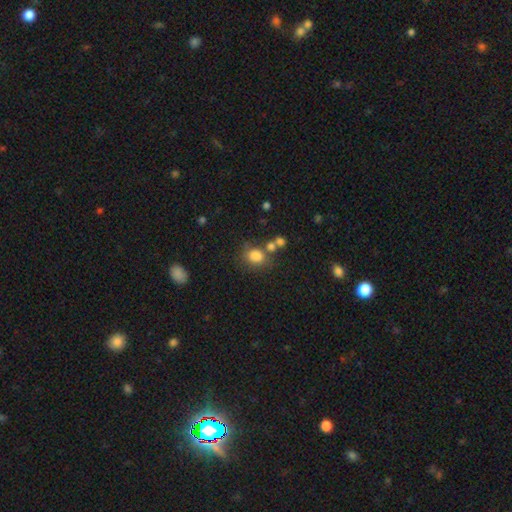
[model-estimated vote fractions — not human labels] Smooth or featured? Predicted: smooth (p=0.81). How rounded? Predicted: in between (p=0.56). Merging? Predicted: none (p=0.54).